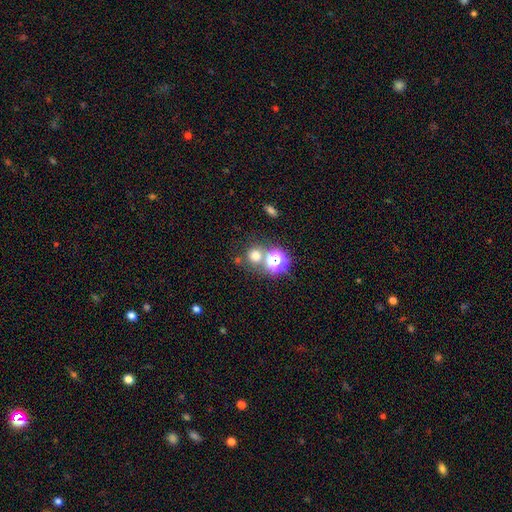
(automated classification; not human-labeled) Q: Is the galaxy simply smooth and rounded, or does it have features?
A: smooth — 64%.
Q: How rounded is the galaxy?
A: round — 90%.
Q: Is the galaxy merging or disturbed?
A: none — 68%.